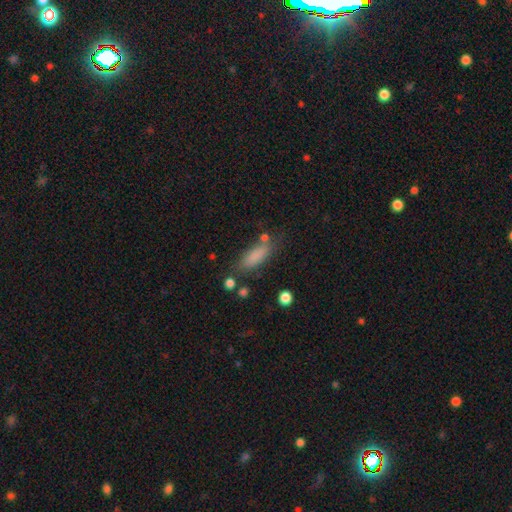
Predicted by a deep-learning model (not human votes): Smooth or featured? smooth (82%)
How rounded? in between (57%)
Merging? none (70%)